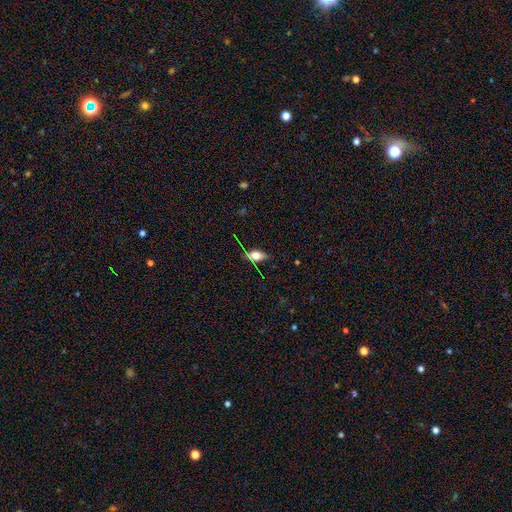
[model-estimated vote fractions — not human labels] This appears to be a smooth galaxy with no disk features (59%) that is in between round and cigar-shaped (81%). Merging: none (71%).